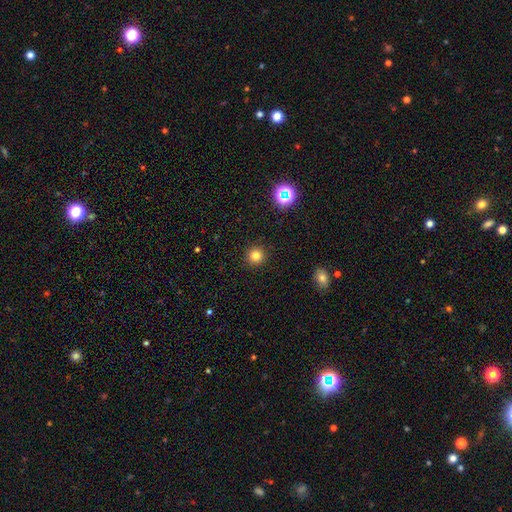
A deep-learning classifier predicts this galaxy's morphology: A smooth galaxy with no disk features (79%) that is round (95%).

Vote fractions:
- Smooth or featured? smooth: 79% / star or artifact: 15% / featured or disk: 6%
- How rounded? round: 95% / in between: 4% / cigar-shaped: 1%
- Merging? none: 92% / minor disturbance: 5% / major disturbance: 2% / merger: 1%